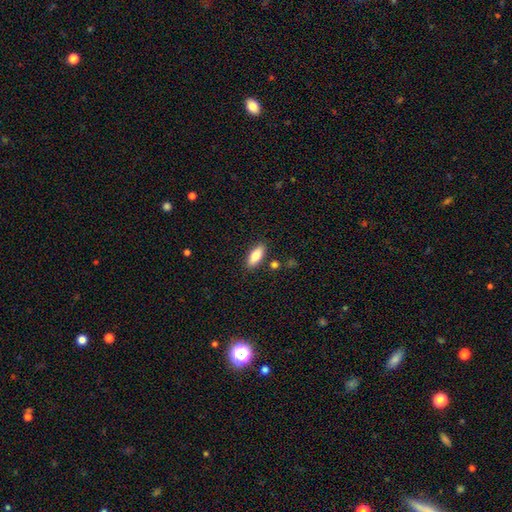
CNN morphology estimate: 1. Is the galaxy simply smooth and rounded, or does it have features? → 81% smooth, 13% featured or disk, 7% star or artifact.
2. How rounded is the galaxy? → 77% in between, 20% cigar-shaped, 2% round.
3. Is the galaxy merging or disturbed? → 85% none, 10% minor disturbance, 3% merger, 2% major disturbance.